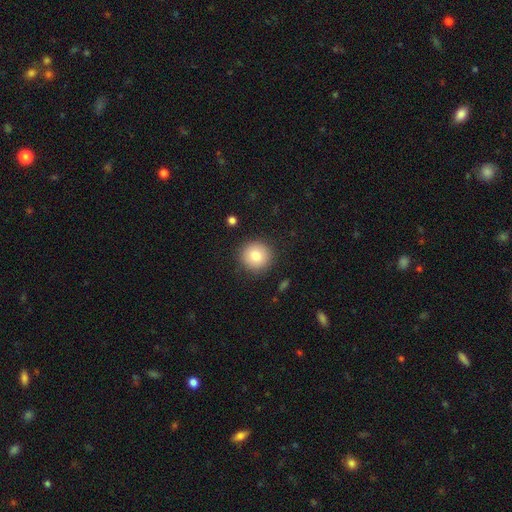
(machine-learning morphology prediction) Smooth or featured?
  - smooth: 80% *
  - featured or disk: 11%
  - star or artifact: 9%
How rounded?
  - round: 95% *
  - in between: 4%
  - cigar-shaped: 1%
Merging?
  - none: 90% *
  - minor disturbance: 7%
  - major disturbance: 2%
  - merger: 1%